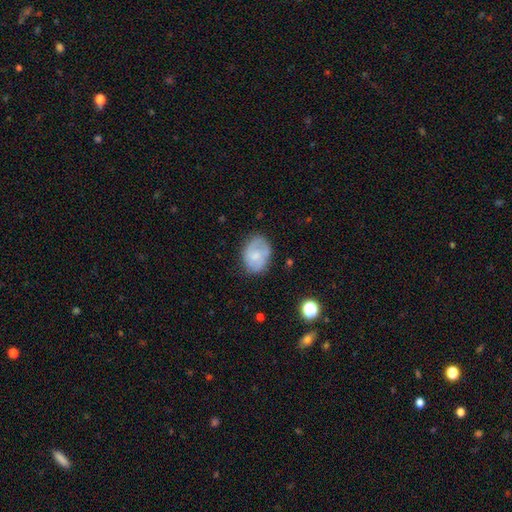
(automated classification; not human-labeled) smooth-or-featured: smooth: 49% | featured or disk: 44% | star or artifact: 7%
  merging: none: 68% | minor disturbance: 23% | major disturbance: 8% | merger: 2%